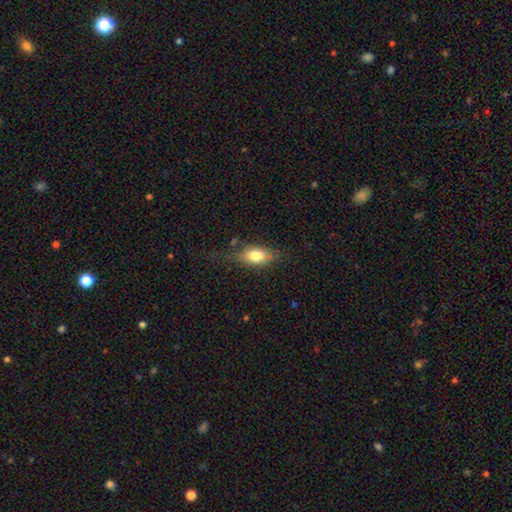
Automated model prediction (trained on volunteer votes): This is likely a smooth galaxy (74%). How rounded: clearly in between (82%). Merging: likely none (64%).